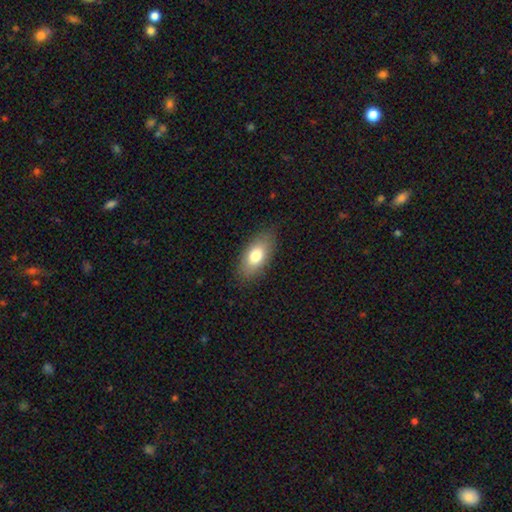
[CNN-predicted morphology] The model was most divided on "smooth or featured": smooth: 76%, featured or disk: 17%, star or artifact: 7%. More confident: how rounded — in between (88%); merging — none (85%).